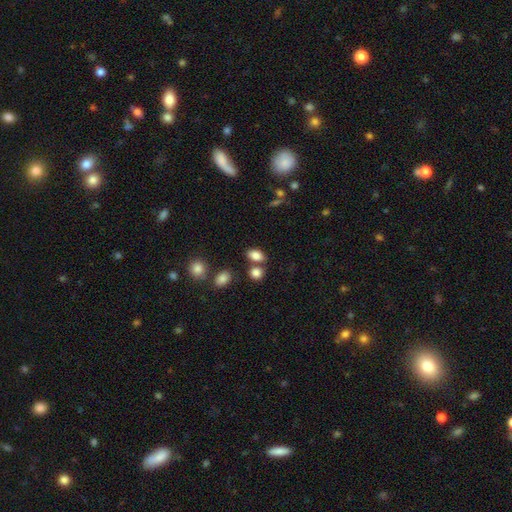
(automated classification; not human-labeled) This is clearly a smooth galaxy (84%). How rounded: clearly in between (82%). Merging: likely none (63%).